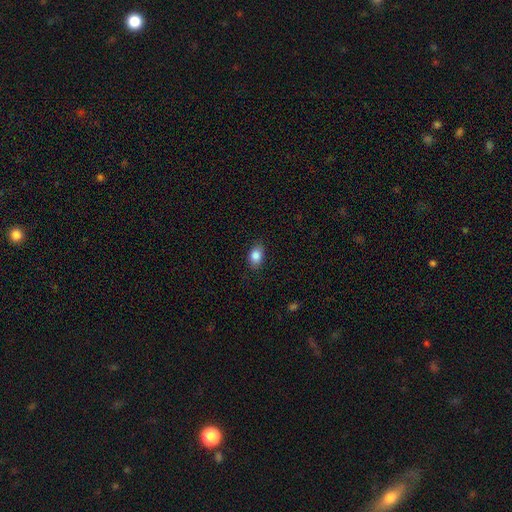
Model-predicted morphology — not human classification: A smooth galaxy with no disk features (87%) that is in between round and cigar-shaped (78%).

Vote fractions:
- Smooth or featured? smooth: 87% / star or artifact: 8% / featured or disk: 5%
- How rounded? in between: 78% / round: 20% / cigar-shaped: 1%
- Merging? none: 84% / minor disturbance: 12% / major disturbance: 3% / merger: 1%